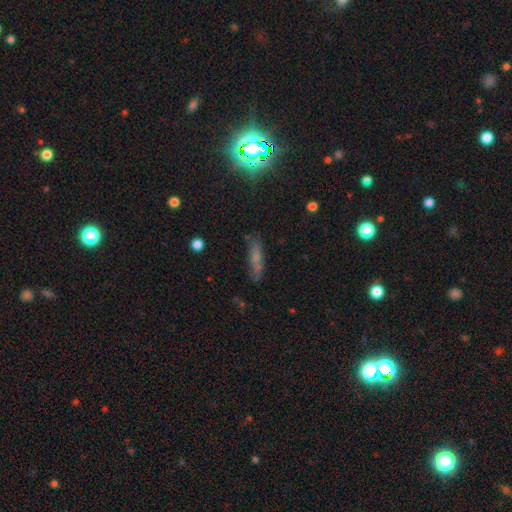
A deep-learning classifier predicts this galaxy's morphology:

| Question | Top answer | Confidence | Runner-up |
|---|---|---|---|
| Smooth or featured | smooth | 51% | featured or disk (26%) |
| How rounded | cigar-shaped | 69% | in between (27%) |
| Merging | none | 74% | minor disturbance (17%) |